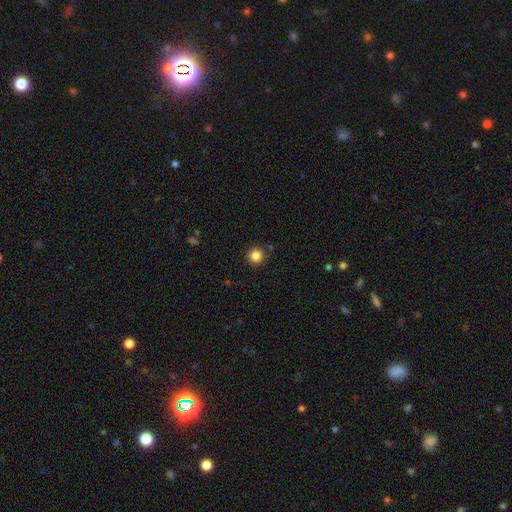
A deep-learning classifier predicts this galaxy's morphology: This appears to be a smooth galaxy with no disk features (84%) that is round (95%). Merging: none (90%).